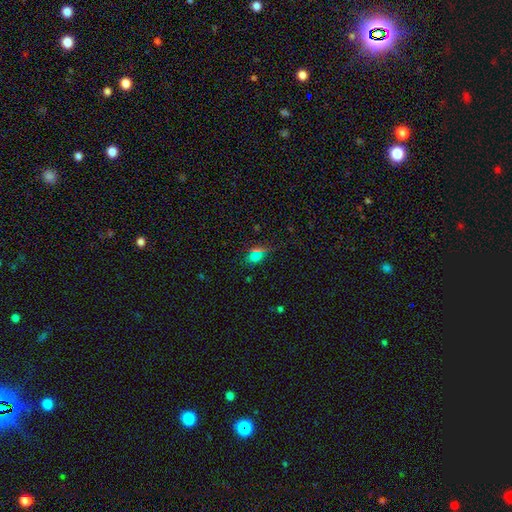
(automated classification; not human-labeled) A smooth galaxy with no disk features (60%) that is in between round and cigar-shaped (56%). Merging: none (75%).